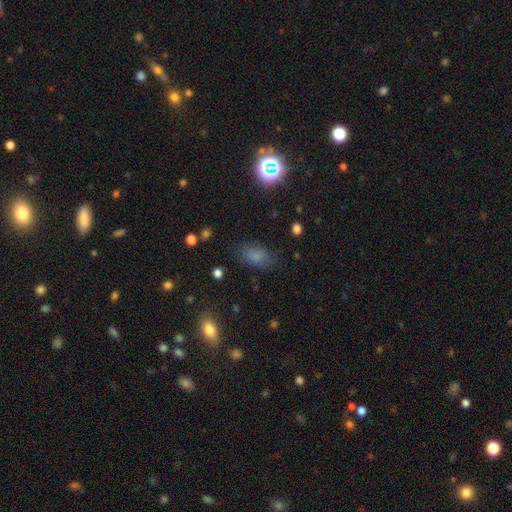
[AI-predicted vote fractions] Overall: smooth (73%). How rounded: in between (87%). Merging: none (79%).